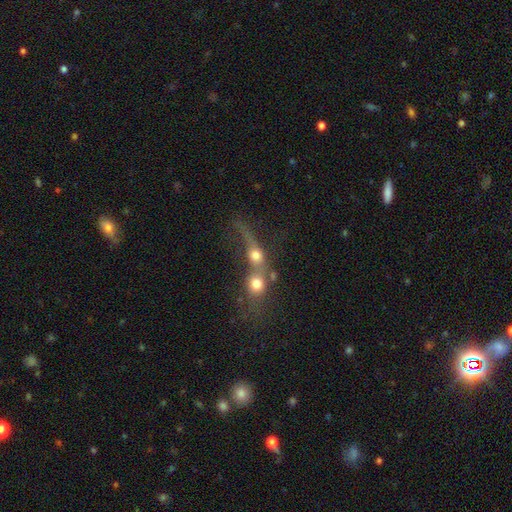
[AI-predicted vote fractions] This is possibly a smooth galaxy (48%). Merging: likely merger (69%).